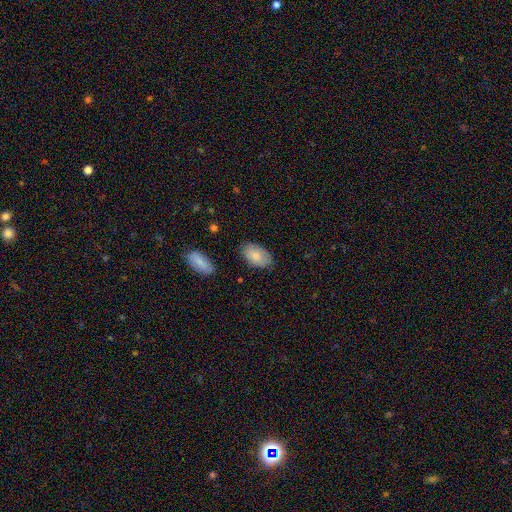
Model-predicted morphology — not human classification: The model was most divided on "merging": none: 78%, minor disturbance: 17%, major disturbance: 3%, merger: 2%. More confident: how rounded — in between (94%); smooth or featured — smooth (82%).